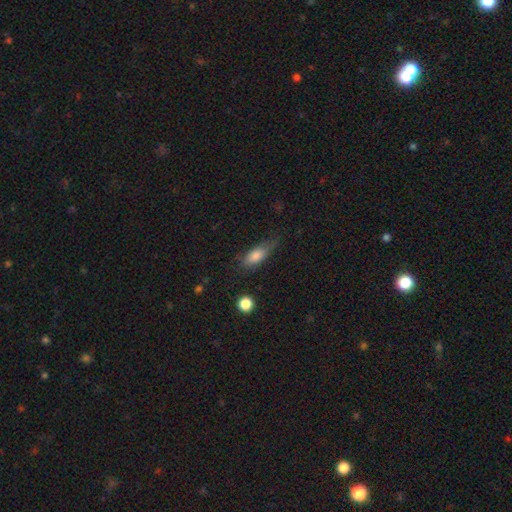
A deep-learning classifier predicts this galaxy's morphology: This is likely a smooth galaxy (79%). How rounded: likely in between (72%). Merging: possibly none (58%).